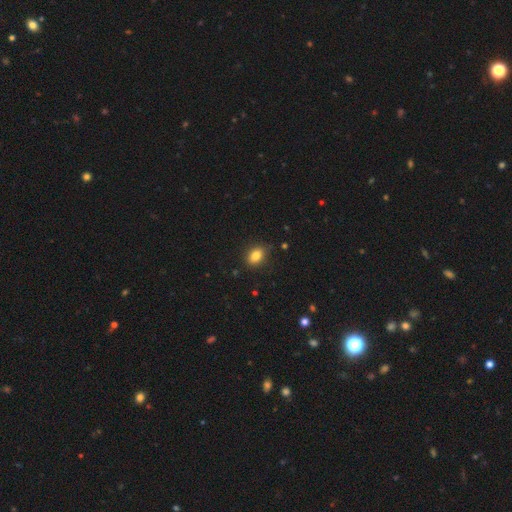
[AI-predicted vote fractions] This is clearly a smooth galaxy (84%). How rounded: likely in between (75%). Merging: clearly none (84%).